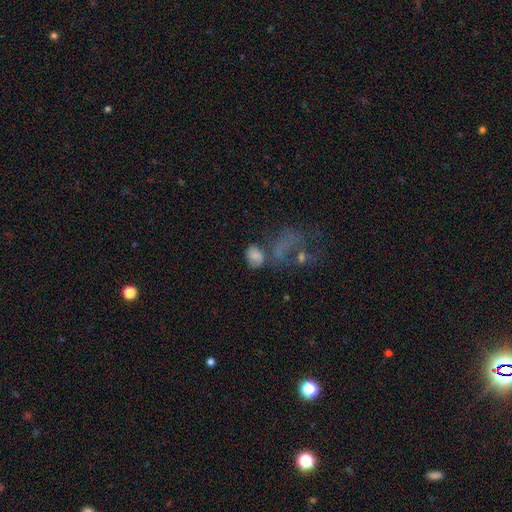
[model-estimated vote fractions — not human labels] This appears to be a smooth galaxy with no disk features (70%) that is in between round and cigar-shaped (65%). Merging: none (39%).